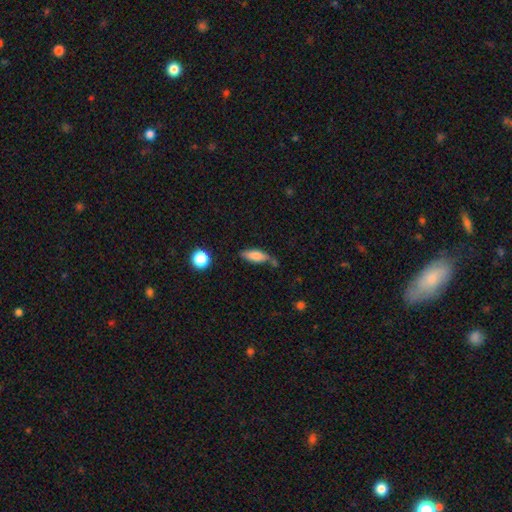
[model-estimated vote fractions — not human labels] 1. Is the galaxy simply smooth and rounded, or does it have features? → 75% smooth, 17% featured or disk, 8% star or artifact.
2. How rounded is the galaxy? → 61% in between, 35% cigar-shaped, 3% round.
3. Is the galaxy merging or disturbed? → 60% none, 23% minor disturbance, 11% merger, 6% major disturbance.